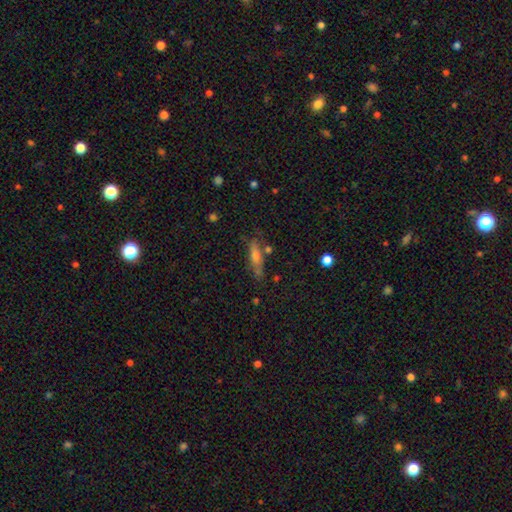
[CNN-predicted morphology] A smooth galaxy with no disk features (49%). Merging: none (70%).